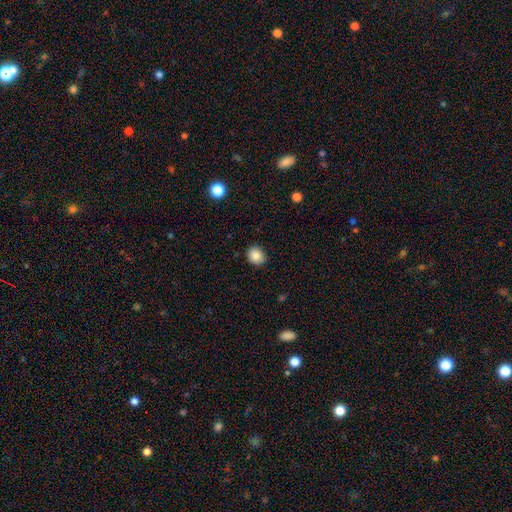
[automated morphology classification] A smooth galaxy with no disk features (85%) that is round (70%). Merging: none (82%).